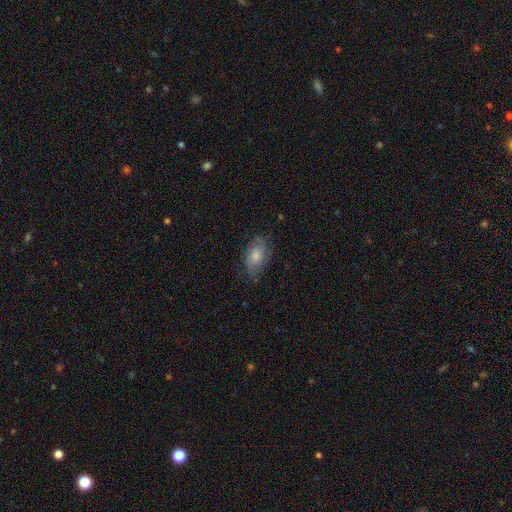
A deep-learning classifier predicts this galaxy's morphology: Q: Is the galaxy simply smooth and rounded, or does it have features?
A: smooth — 64%.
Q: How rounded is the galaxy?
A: in between — 90%.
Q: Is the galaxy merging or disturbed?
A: none — 65%.